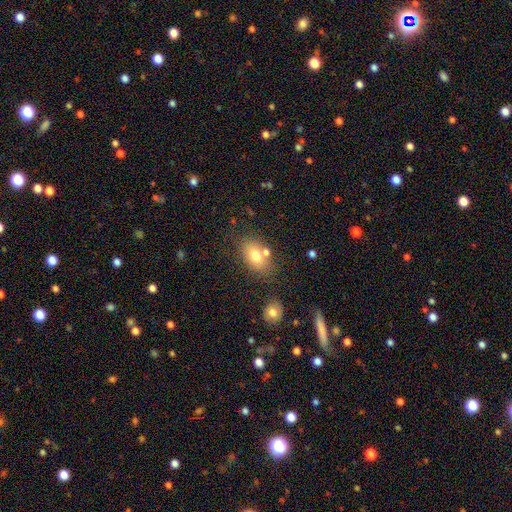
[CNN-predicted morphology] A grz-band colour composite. It shows a smooth galaxy with no disk features (75%) that is in between round and cigar-shaped (84%). Merging: none (64%).